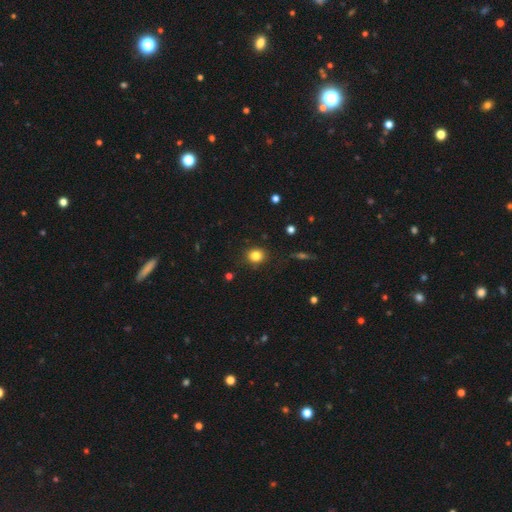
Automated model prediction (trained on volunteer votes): smooth-or-featured: smooth: 82% | star or artifact: 12% | featured or disk: 6%
  how-rounded: round: 76% | in between: 22% | cigar-shaped: 1%
  merging: none: 86% | minor disturbance: 9% | major disturbance: 3% | merger: 1%